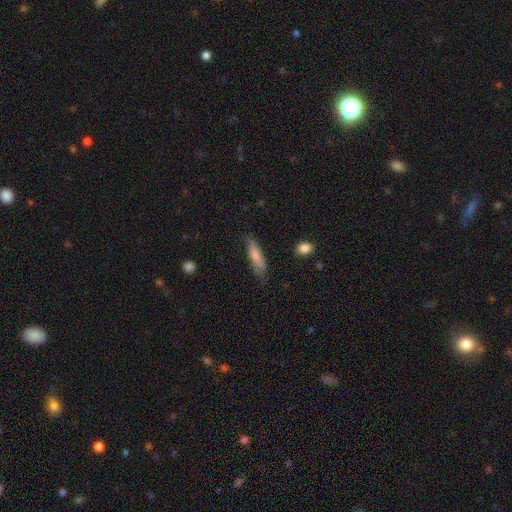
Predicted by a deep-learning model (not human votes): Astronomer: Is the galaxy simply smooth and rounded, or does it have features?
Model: smooth — 77%.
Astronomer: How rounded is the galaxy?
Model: cigar-shaped — 72%.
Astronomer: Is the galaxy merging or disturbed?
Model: none — 70%.